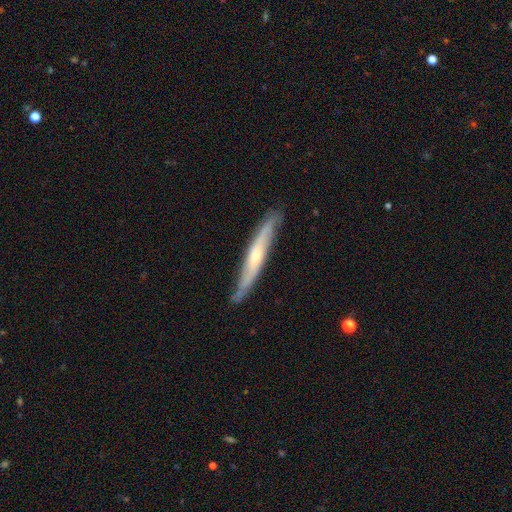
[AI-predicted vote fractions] Smooth or featured: featured or disk — 66% (smooth — 28%)
Edge-on disk: yes — 77% (no — 23%)
Edge-on bulge: rounded — 64% (none — 32%)
Merging: none — 78% (minor disturbance — 18%)